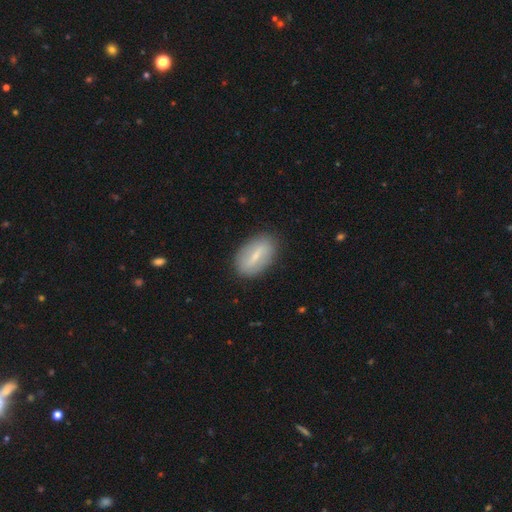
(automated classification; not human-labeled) Smooth or featured? Predicted: smooth (p=0.50). How rounded? Predicted: in between (p=0.86). Merging? Predicted: none (p=0.85).